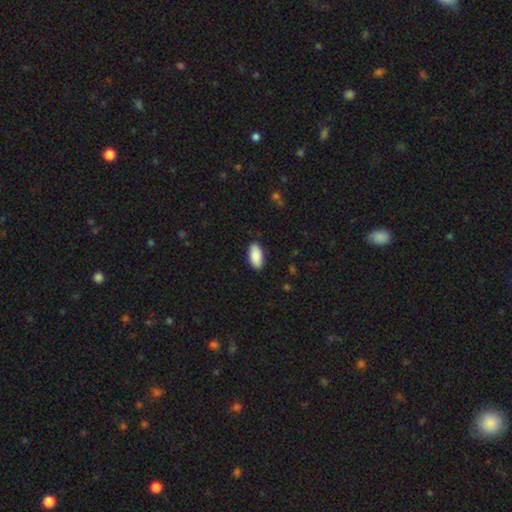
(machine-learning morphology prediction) type=smooth (90%); roundness=in between (94%); merging=none (88%).